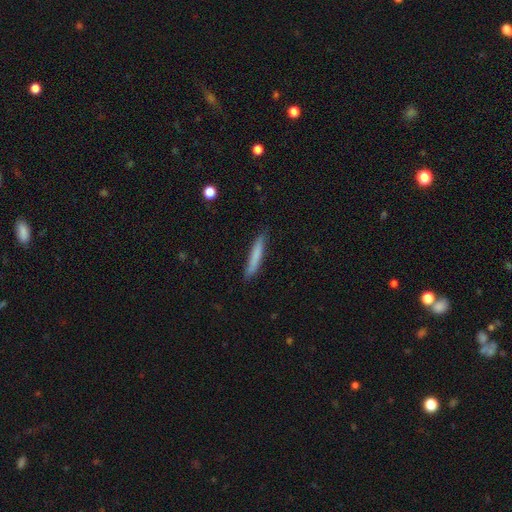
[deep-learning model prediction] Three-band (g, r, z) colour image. It shows a smooth galaxy with no disk features (75%) that is cigar-shaped (93%). Merging: none (84%).